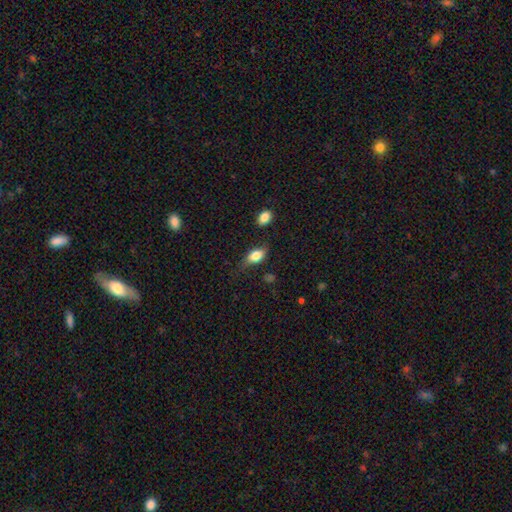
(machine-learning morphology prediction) This appears to be a smooth galaxy with no disk features (77%) that is in between round and cigar-shaped (84%). Merging: none (60%).